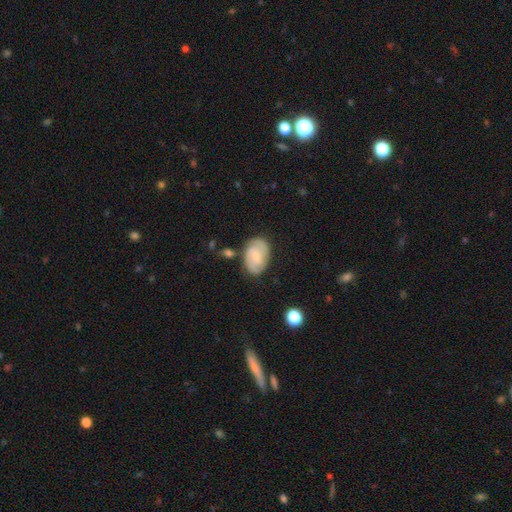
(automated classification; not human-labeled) featured or disk 57%, smooth 37%, star or artifact 7%. Down the decision tree: edge-on disk — no (97%); bar — no (55%); spiral arms — yes (88%); bulge size — small (59%); merging — none (72%).